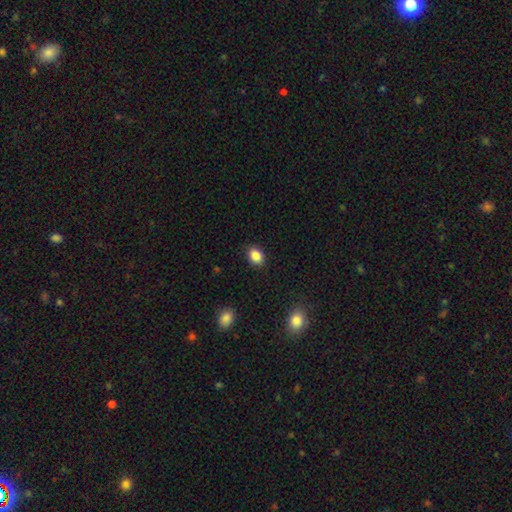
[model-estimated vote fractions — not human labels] Overall: smooth (86%). How rounded: in between (57%; round 42%). Merging: none (87%).